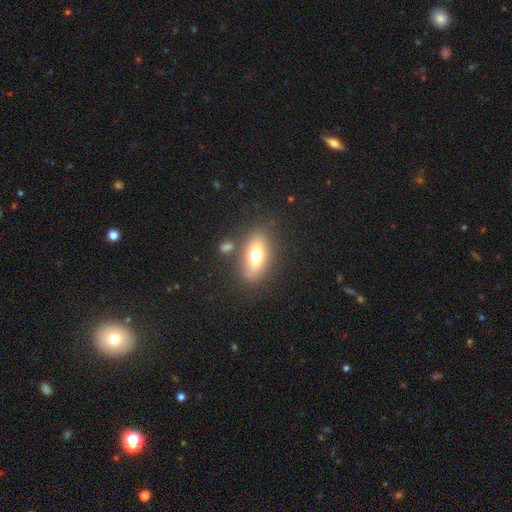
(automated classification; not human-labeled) Smooth or featured: smooth — 66% (featured or disk — 24%)
How rounded: in between — 81% (cigar-shaped — 11%)
Merging: none — 75% (minor disturbance — 12%)